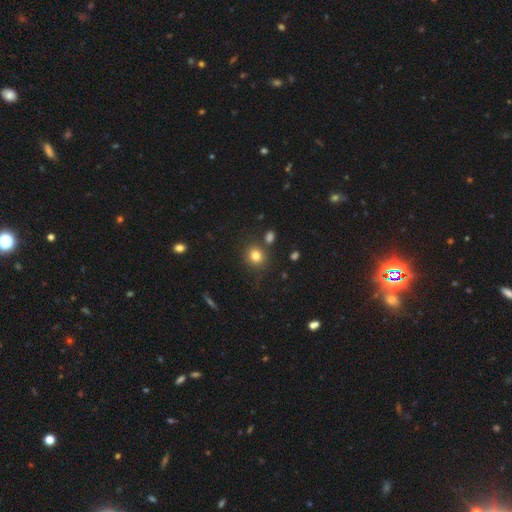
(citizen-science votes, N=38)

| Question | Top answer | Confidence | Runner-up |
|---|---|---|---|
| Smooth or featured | smooth | 87% | star or artifact (8%) |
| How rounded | round | 79% | in between (21%) |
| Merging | none | 97% | merger (3%) |